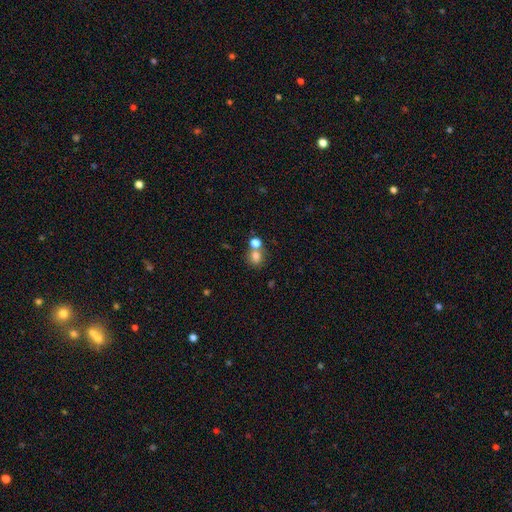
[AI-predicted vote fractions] Smooth or featured?
  - smooth: 77% *
  - star or artifact: 13%
  - featured or disk: 9%
How rounded?
  - round: 81% *
  - in between: 18%
  - cigar-shaped: 1%
Merging?
  - none: 53% *
  - merger: 35%
  - minor disturbance: 9%
  - major disturbance: 4%